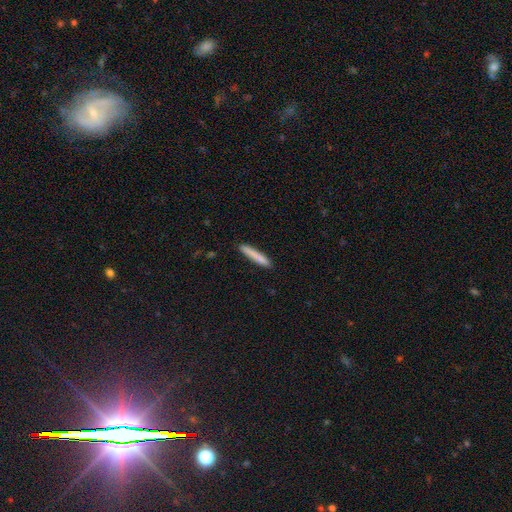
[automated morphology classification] This is clearly a smooth galaxy (81%). How rounded: clearly cigar-shaped (95%). Merging: clearly none (89%).